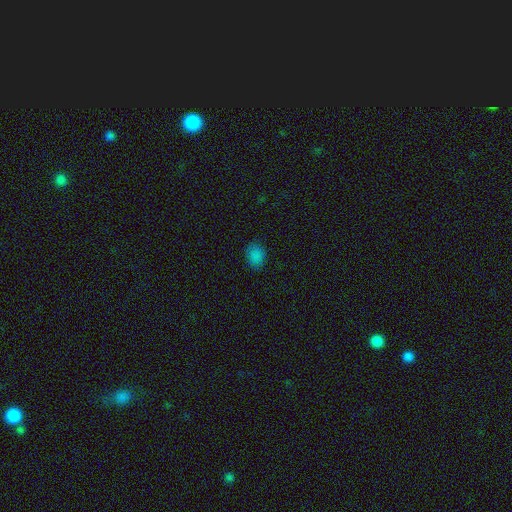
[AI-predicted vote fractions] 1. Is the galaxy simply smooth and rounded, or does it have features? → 83% smooth, 14% star or artifact, 3% featured or disk.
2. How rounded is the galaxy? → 63% in between, 36% round, 1% cigar-shaped.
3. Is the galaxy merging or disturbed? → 83% none, 13% minor disturbance, 3% major disturbance, 1% merger.